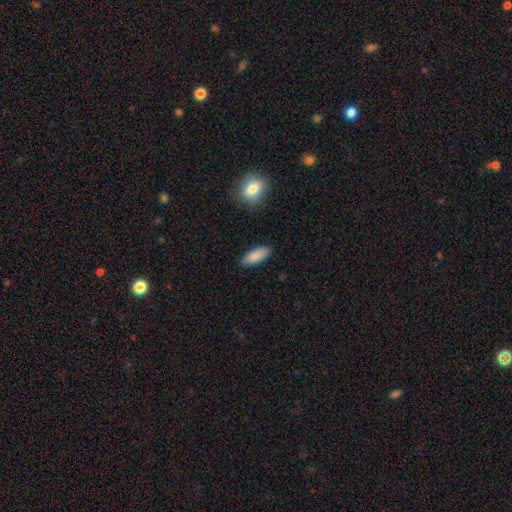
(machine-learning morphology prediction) Smooth or featured: smooth — 88% (star or artifact — 6%)
How rounded: in between — 75% (cigar-shaped — 23%)
Merging: none — 88% (minor disturbance — 9%)